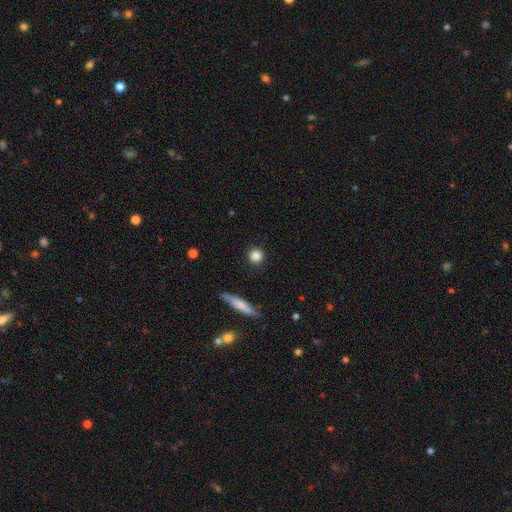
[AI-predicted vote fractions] Q: Smooth or featured?
A: smooth (85%); runner-up: star or artifact (10%)
Q: How rounded?
A: round (91%); runner-up: in between (6%)
Q: Merging?
A: none (90%); runner-up: minor disturbance (6%)